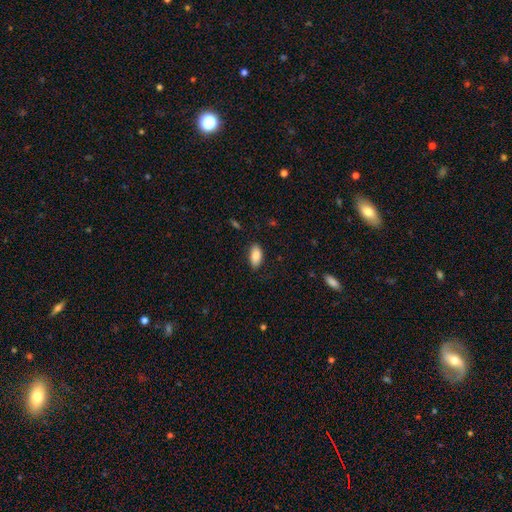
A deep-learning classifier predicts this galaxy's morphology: Q: Smooth or featured?
A: smooth (87%); runner-up: star or artifact (7%)
Q: How rounded?
A: in between (91%); runner-up: cigar-shaped (6%)
Q: Merging?
A: none (84%); runner-up: minor disturbance (12%)